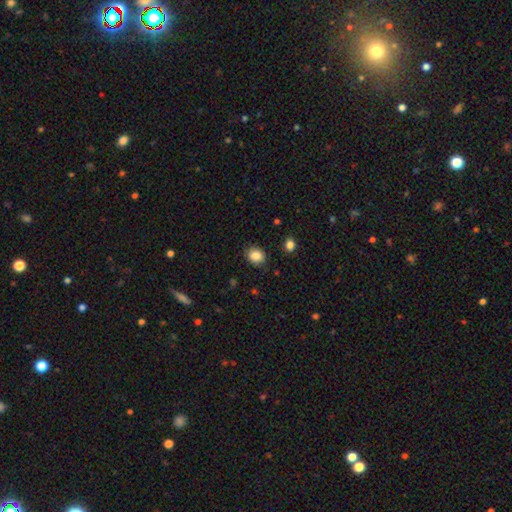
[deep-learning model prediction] A smooth galaxy with no disk features (86%) that is round (58%).

Vote fractions:
- Smooth or featured? smooth: 86% / star or artifact: 10% / featured or disk: 4%
- How rounded? round: 58% / in between: 41% / cigar-shaped: 1%
- Merging? none: 86% / minor disturbance: 9% / major disturbance: 3% / merger: 2%